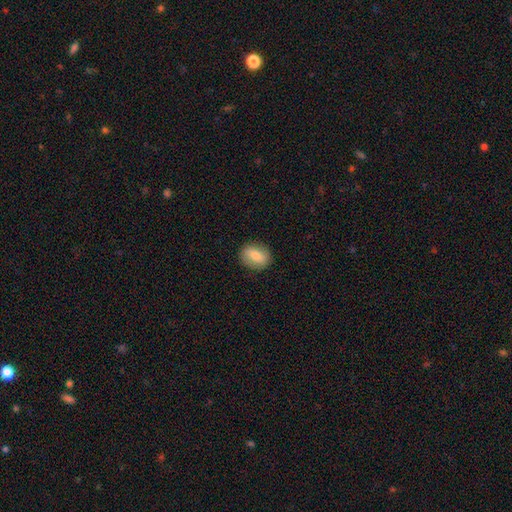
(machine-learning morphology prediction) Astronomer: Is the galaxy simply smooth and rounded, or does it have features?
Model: smooth — 75%.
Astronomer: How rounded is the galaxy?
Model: in between — 53% (runner-up: round, 45%).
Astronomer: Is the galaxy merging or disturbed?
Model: none — 86%.